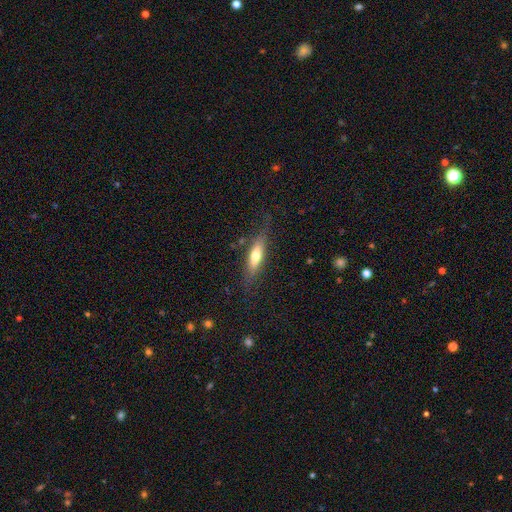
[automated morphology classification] smooth-or-featured: smooth: 58% | featured or disk: 36% | star or artifact: 7%
  how-rounded: cigar-shaped: 65% | in between: 33% | round: 2%
  merging: none: 73% | minor disturbance: 18% | major disturbance: 7% | merger: 2%